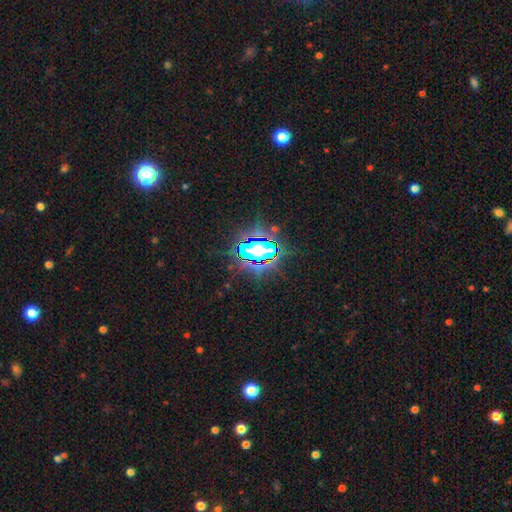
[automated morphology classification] smooth_or_featured: star or artifact (p=0.74) [alt: smooth p=0.15]